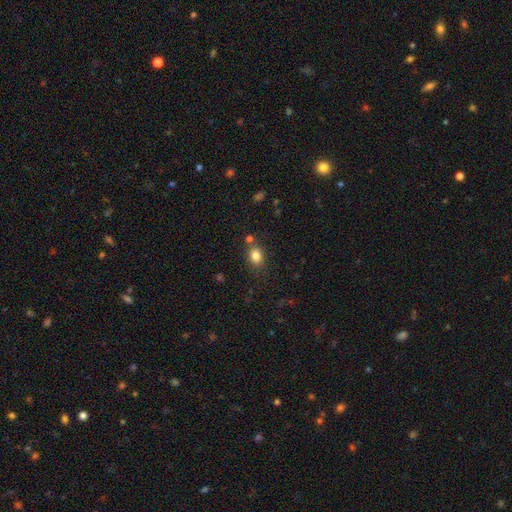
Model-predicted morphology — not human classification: A smooth galaxy with no disk features (82%) that is in between round and cigar-shaped (57%). Merging: none (71%).